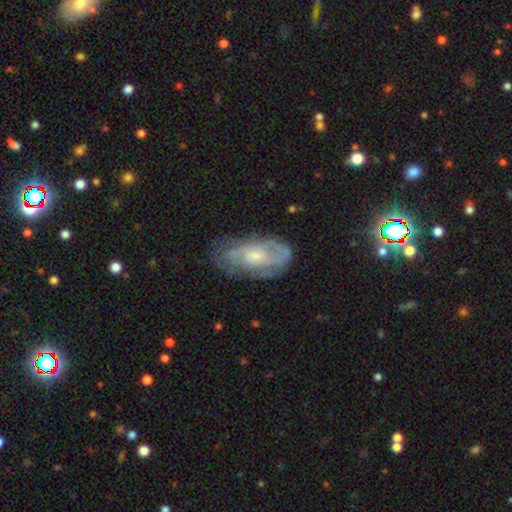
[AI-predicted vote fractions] This appears to be a featured or disk galaxy (70%) with no bar (70%), tight (48%) spiral arms (82%) and a small central bulge (45%). Merging: none (68%).